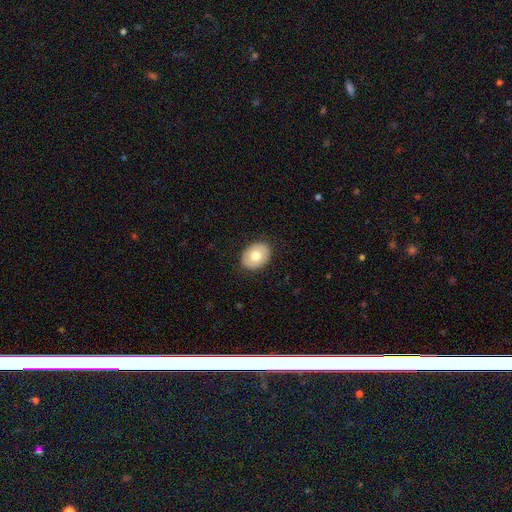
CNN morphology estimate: This appears to be a smooth galaxy with no disk features (69%) that is in between round and cigar-shaped (60%). Merging: none (88%).